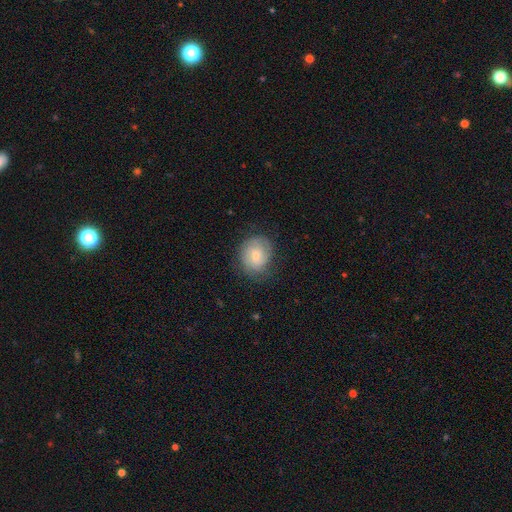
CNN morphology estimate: Smooth or featured? Predicted: smooth (p=0.50). Merging? Predicted: none (p=0.71).